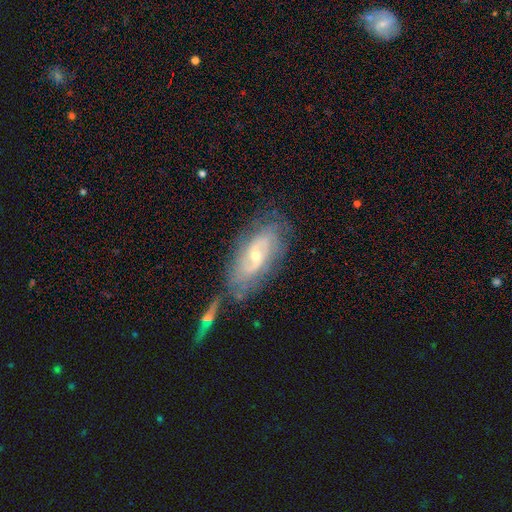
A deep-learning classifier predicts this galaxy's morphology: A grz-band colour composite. It shows a featured or disk galaxy (79%) with no bar (51%), 2 (49%) tight (49%) spiral arms (90%) and a small central bulge (58%). Merging: none (60%).